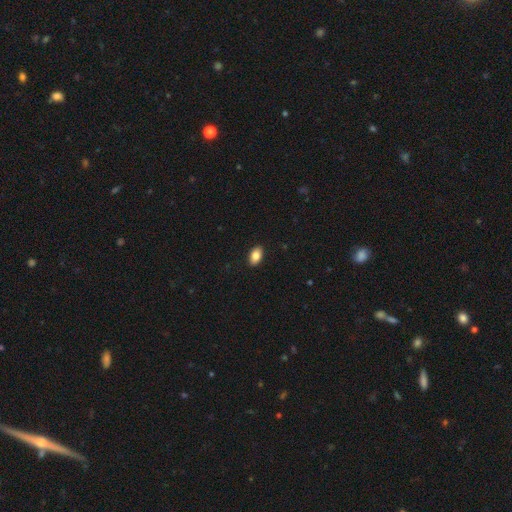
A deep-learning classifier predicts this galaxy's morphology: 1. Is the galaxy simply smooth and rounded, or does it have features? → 84% smooth, 8% featured or disk, 8% star or artifact.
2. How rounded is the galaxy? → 91% in between, 7% round, 2% cigar-shaped.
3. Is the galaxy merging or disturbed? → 90% none, 7% minor disturbance, 2% major disturbance, 1% merger.